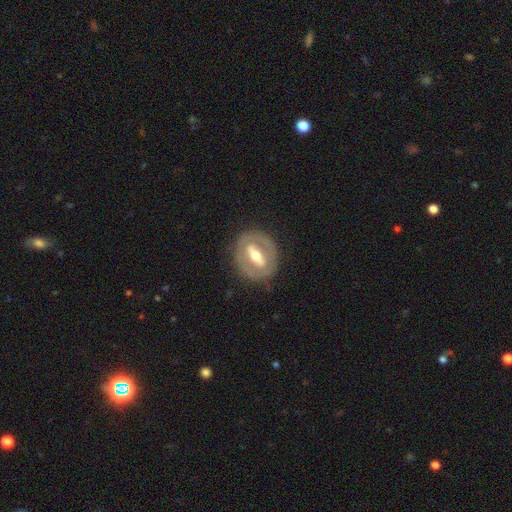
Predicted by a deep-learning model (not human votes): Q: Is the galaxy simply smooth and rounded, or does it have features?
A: featured or disk — 68%.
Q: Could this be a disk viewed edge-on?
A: no — 89%.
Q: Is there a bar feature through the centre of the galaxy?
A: strong — 55%.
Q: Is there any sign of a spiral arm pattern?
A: no — 79%.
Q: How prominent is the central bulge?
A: moderate — 68%.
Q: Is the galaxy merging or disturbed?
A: none — 81%.